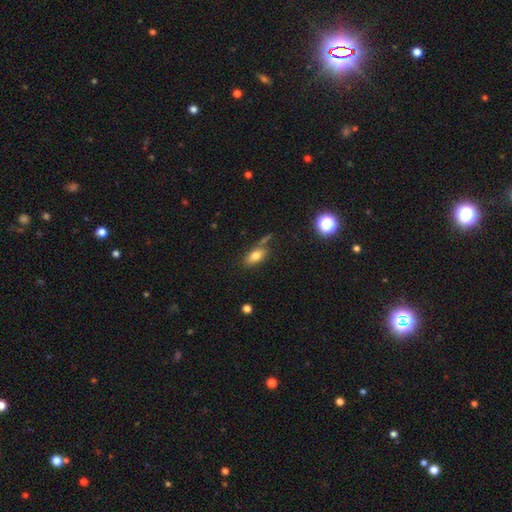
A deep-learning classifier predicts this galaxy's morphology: This appears to be a smooth galaxy with no disk features (77%) that is in between round and cigar-shaped (86%). Merging: none (64%).